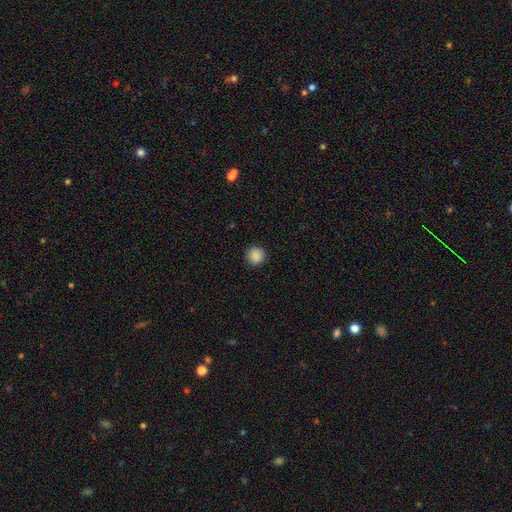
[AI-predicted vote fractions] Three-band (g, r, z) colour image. It shows a smooth galaxy with no disk features (89%) that is round (94%). Merging: none (91%).